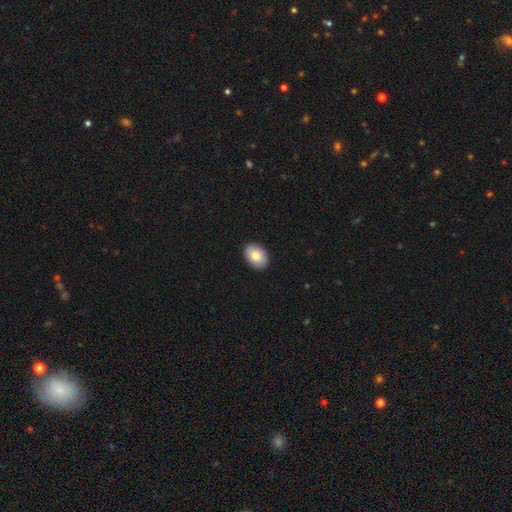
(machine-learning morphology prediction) A smooth galaxy with no disk features (84%) that is in between round and cigar-shaped (76%). Merging: none (90%).